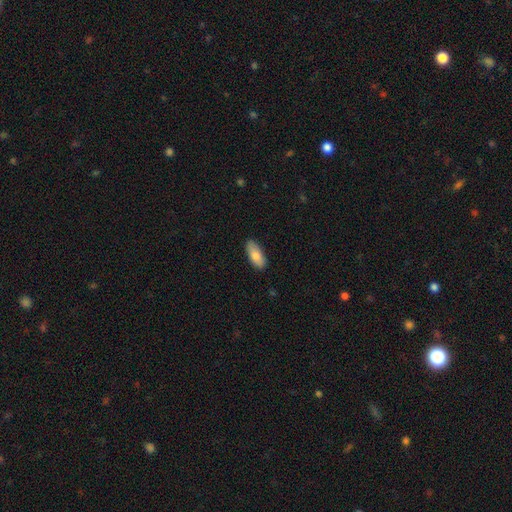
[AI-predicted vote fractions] Smooth or featured?
  - smooth: 80% *
  - featured or disk: 14%
  - star or artifact: 6%
How rounded?
  - in between: 83% *
  - cigar-shaped: 15%
  - round: 2%
Merging?
  - none: 83% *
  - minor disturbance: 13%
  - major disturbance: 2%
  - merger: 1%